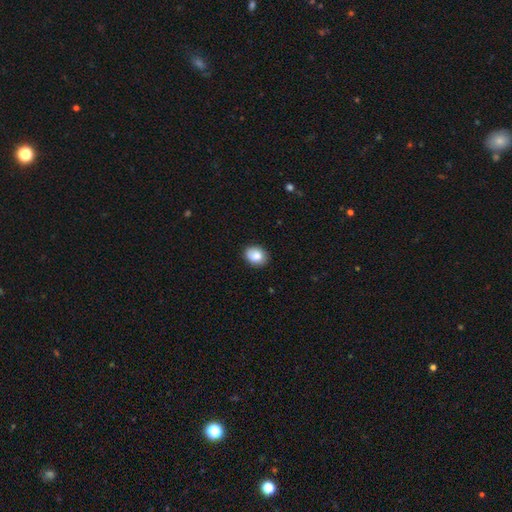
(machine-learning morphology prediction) Overall: smooth (86%). How rounded: round (51%; in between 49%). Merging: none (85%).